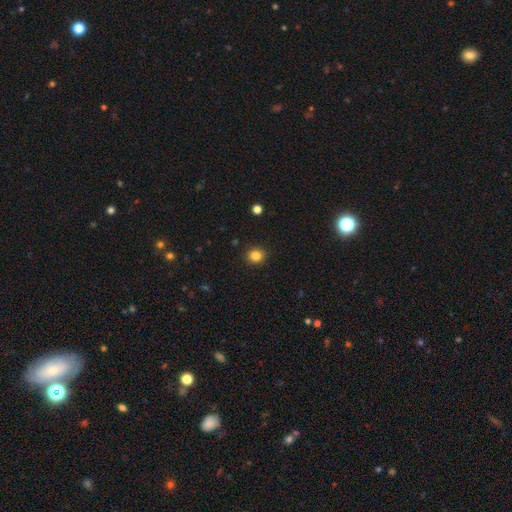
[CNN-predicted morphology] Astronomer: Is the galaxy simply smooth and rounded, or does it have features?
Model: smooth — 84%.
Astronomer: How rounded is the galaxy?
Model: round — 85%.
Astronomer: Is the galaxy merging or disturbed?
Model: none — 91%.